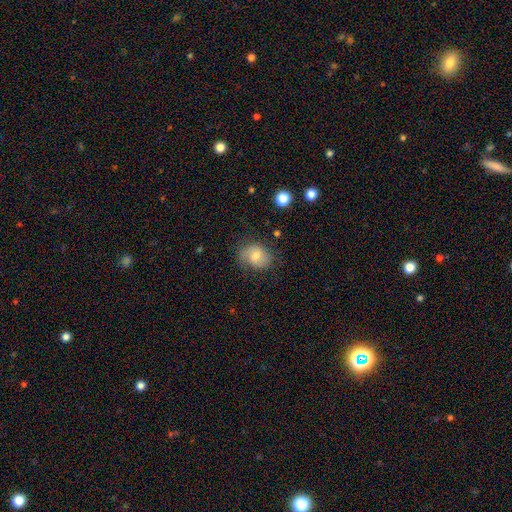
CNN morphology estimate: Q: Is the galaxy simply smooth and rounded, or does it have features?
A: smooth — 61%.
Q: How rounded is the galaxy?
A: round — 51%.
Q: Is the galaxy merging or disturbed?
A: none — 65%.